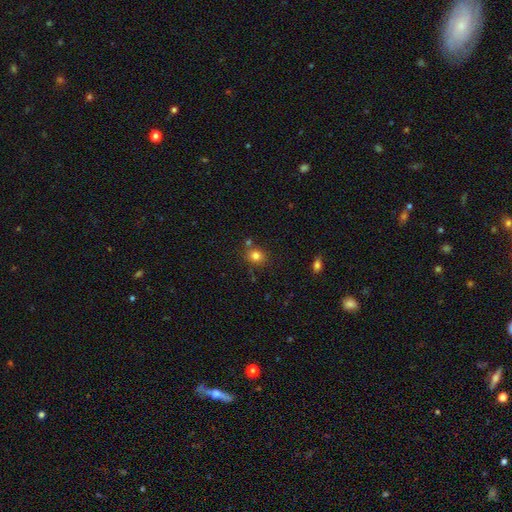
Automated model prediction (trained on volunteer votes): smooth 81%, star or artifact 12%, featured or disk 7%. Down the decision tree: how rounded — round (70%); merging — none (74%).